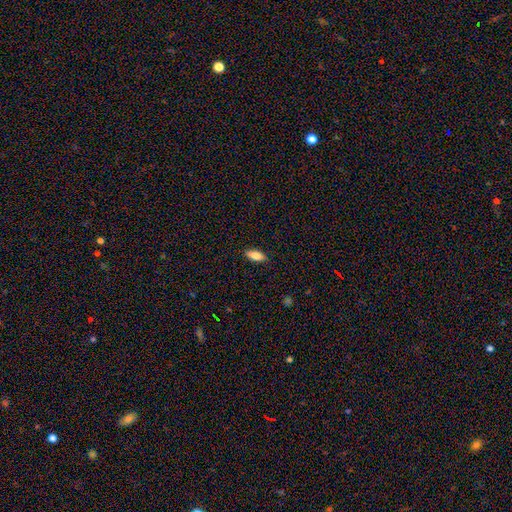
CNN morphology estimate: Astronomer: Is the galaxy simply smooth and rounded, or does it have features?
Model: smooth — 75%.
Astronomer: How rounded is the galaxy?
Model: in between — 76%.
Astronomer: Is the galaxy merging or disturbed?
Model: none — 89%.